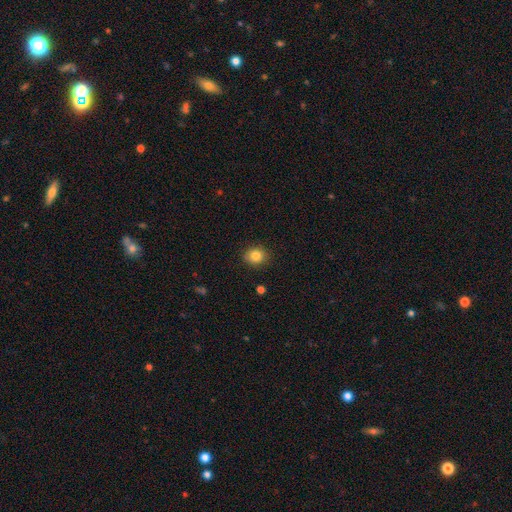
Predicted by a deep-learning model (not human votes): Smooth or featured? smooth (84%)
How rounded? round (71%)
Merging? none (89%)